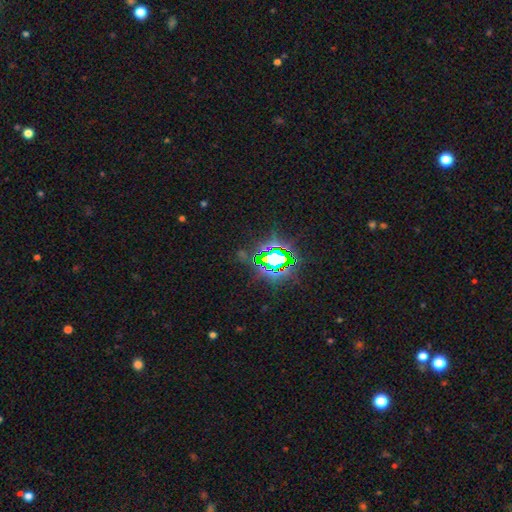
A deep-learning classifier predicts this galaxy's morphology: This appears to be a star or artifact, not a galaxy (83%).